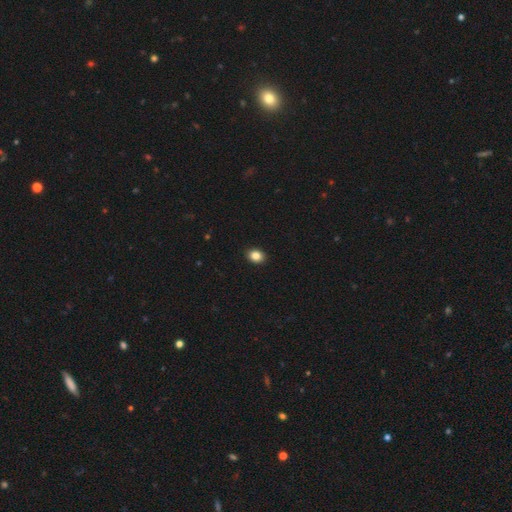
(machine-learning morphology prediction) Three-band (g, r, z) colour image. It shows a smooth galaxy with no disk features (86%) that is in between round and cigar-shaped (63%). Merging: none (91%).